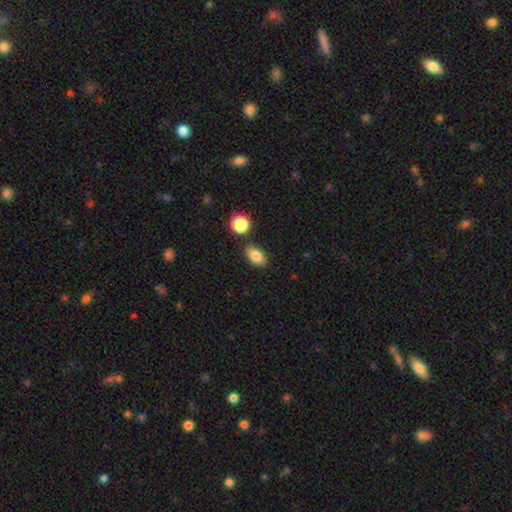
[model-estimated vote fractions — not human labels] Morphology: type=smooth (81%); roundness=in between (87%); merging=none (84%).